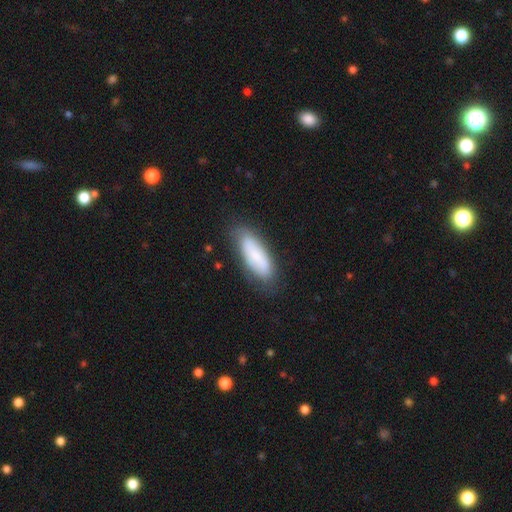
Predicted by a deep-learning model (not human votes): Smooth or featured? Predicted: smooth (p=0.66). How rounded? Predicted: in between (p=0.65). Merging? Predicted: none (p=0.73).